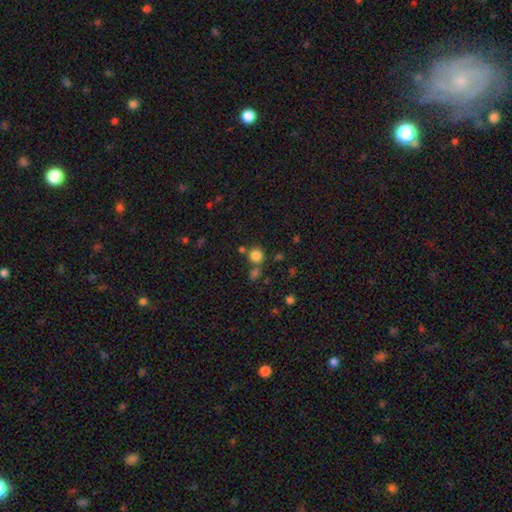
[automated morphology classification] type=smooth (81%); roundness=round (90%); merging=none (69%).